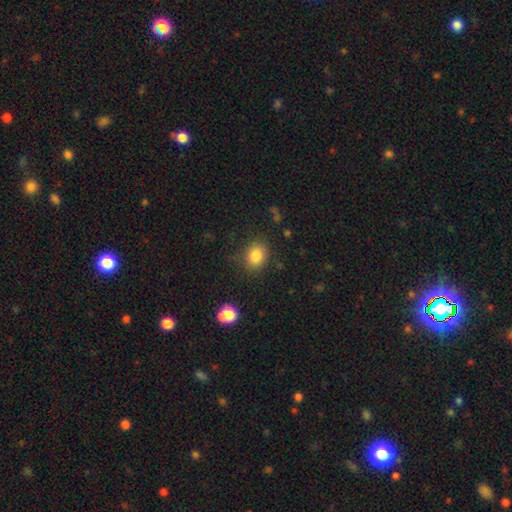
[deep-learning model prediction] Smooth or featured? smooth (83%)
How rounded? round (58%)
Merging? none (81%)